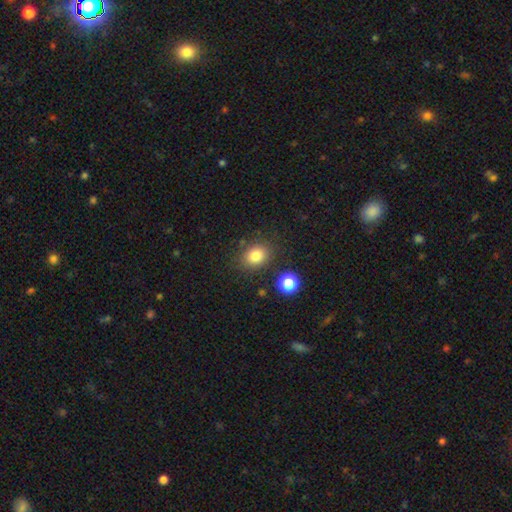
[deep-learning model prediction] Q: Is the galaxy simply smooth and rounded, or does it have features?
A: smooth — 81%.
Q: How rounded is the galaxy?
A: round — 50%.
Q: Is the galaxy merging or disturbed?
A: none — 81%.